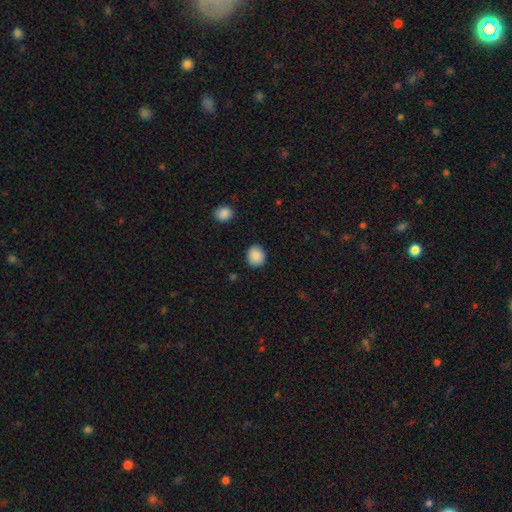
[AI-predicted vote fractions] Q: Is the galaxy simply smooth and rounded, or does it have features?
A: smooth — 89%.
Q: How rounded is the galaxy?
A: round — 72%.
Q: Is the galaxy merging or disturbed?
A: none — 89%.